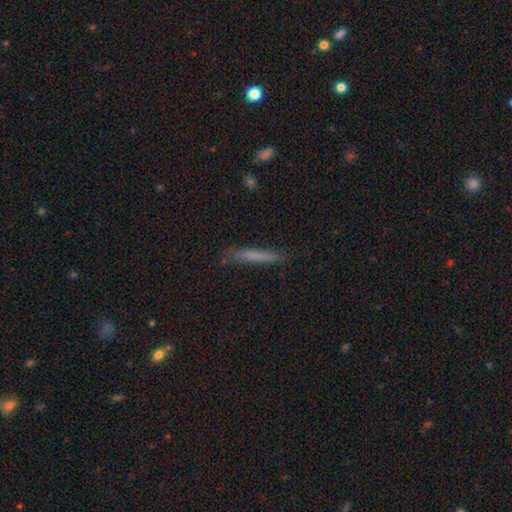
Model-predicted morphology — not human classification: A smooth galaxy with no disk features (70%) that is cigar-shaped (95%). Merging: none (82%).